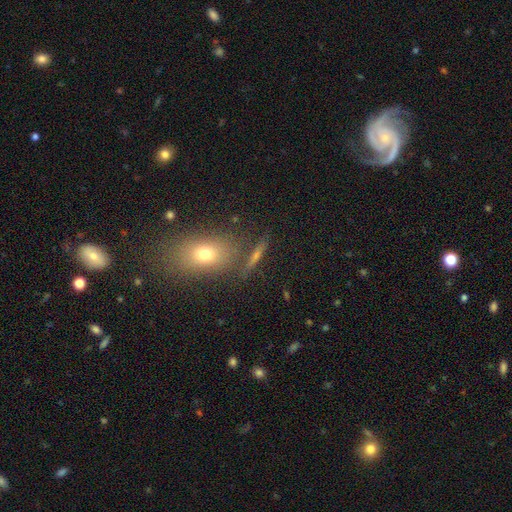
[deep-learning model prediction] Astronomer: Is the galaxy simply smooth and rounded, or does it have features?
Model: smooth — 43% (runner-up: featured or disk, 38%).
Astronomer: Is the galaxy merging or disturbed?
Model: none — 76%.